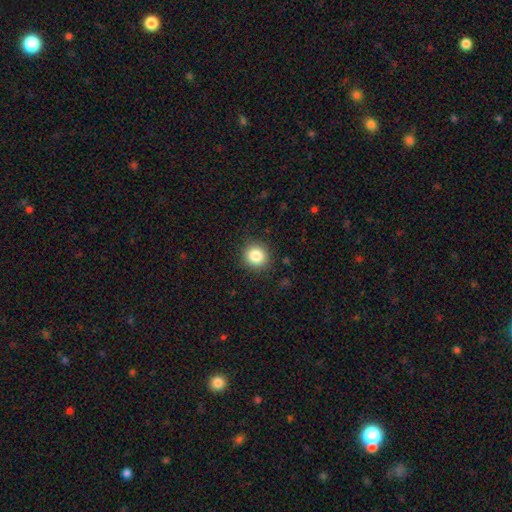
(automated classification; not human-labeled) A smooth galaxy with no disk features (85%) that is round (89%). Merging: none (90%).